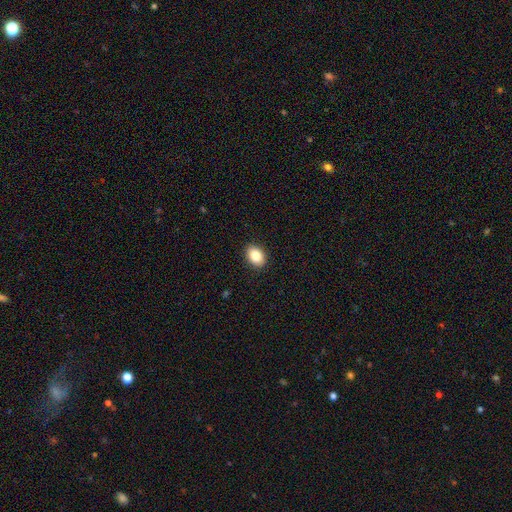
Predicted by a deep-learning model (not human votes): A smooth galaxy with no disk features (86%) that is in between round and cigar-shaped (77%).

Vote fractions:
- Smooth or featured? smooth: 86% / star or artifact: 8% / featured or disk: 6%
- How rounded? in between: 77% / round: 22% / cigar-shaped: 1%
- Merging? none: 91% / minor disturbance: 7% / major disturbance: 2% / merger: 1%